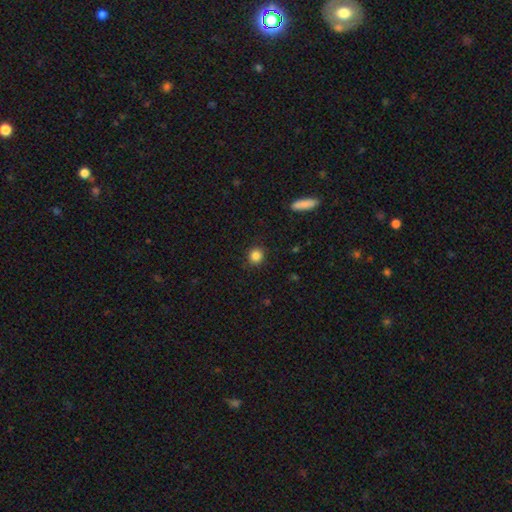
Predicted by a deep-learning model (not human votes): Smooth or featured: smooth — 85% (star or artifact — 10%)
How rounded: round — 88% (in between — 11%)
Merging: none — 89% (minor disturbance — 7%)